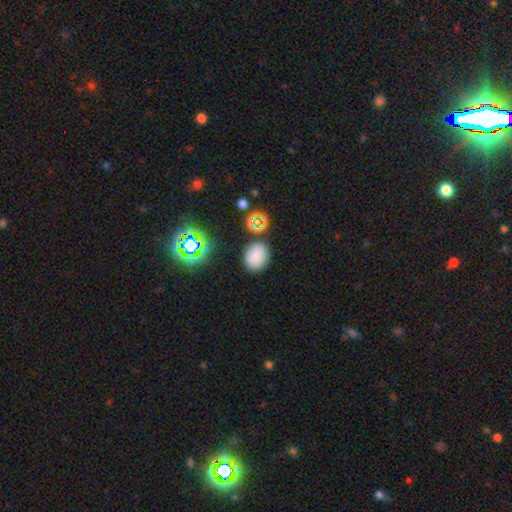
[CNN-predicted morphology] This is likely a smooth galaxy (77%). How rounded: possibly round (54%). Merging: clearly none (81%).